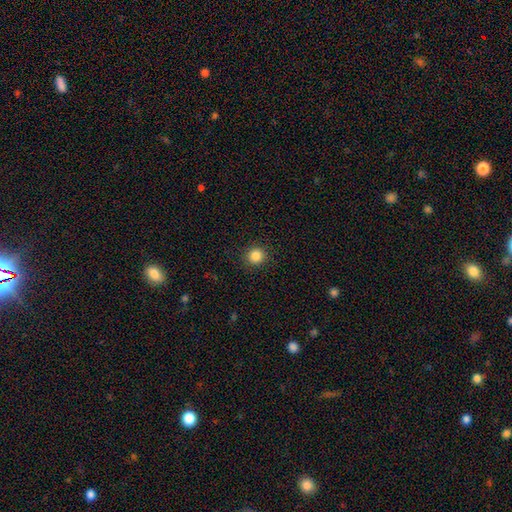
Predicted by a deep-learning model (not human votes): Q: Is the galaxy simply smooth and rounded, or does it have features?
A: smooth — 85%.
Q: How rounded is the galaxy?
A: round — 92%.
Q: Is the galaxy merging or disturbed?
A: none — 92%.